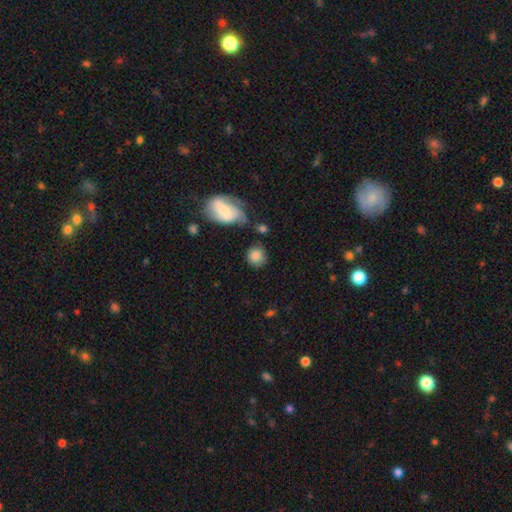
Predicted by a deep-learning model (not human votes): A smooth galaxy with no disk features (82%) that is round (80%).

Vote fractions:
- Smooth or featured? smooth: 82% / featured or disk: 11% / star or artifact: 8%
- How rounded? round: 80% / in between: 19% / cigar-shaped: 1%
- Merging? none: 67% / minor disturbance: 18% / merger: 8% / major disturbance: 7%